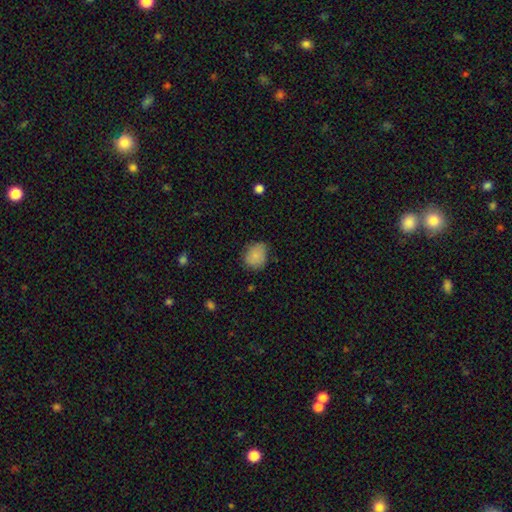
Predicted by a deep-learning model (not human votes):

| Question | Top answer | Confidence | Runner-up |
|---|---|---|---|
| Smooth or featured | smooth | 83% | star or artifact (9%) |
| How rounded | round | 62% | in between (38%) |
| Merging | none | 66% | minor disturbance (27%) |